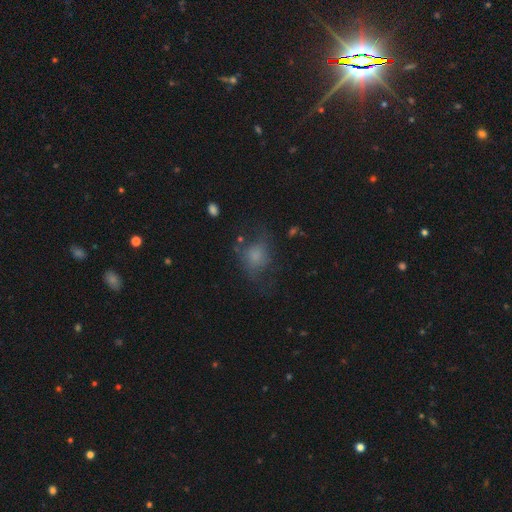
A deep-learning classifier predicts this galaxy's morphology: This is possibly a smooth galaxy (59%). How rounded: possibly round (56%). Merging: possibly none (46%).